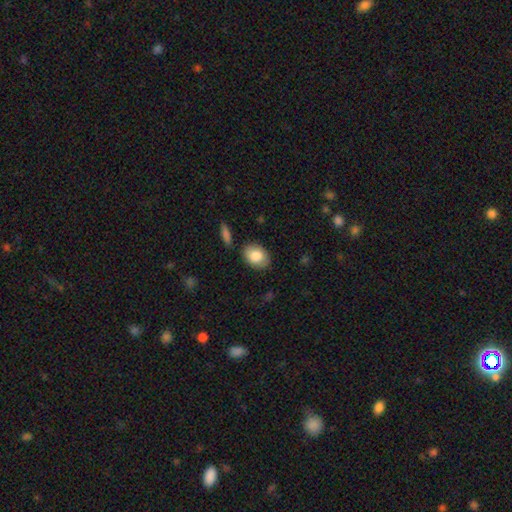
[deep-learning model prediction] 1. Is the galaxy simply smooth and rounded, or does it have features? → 83% smooth, 10% featured or disk, 7% star or artifact.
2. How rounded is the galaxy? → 72% in between, 27% round, 1% cigar-shaped.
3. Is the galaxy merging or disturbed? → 82% none, 12% minor disturbance, 3% major disturbance, 3% merger.